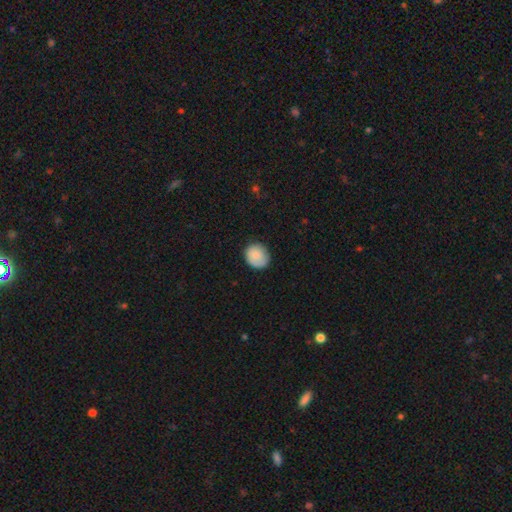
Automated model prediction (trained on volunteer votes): Smooth or featured: smooth — 84% (featured or disk — 9%)
How rounded: round — 76% (in between — 23%)
Merging: none — 80% (minor disturbance — 15%)